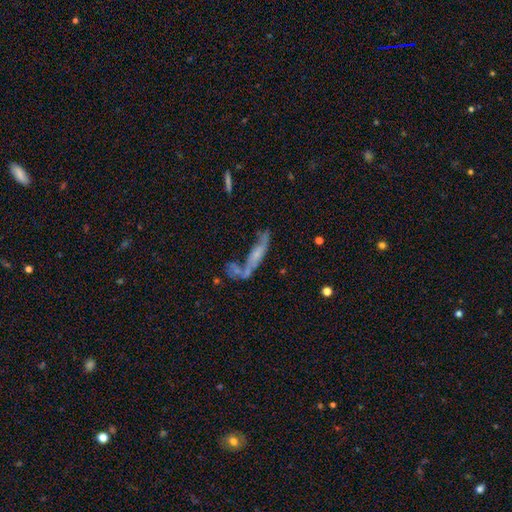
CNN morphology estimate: A featured or disk galaxy (53%). Merging: merger (36%).